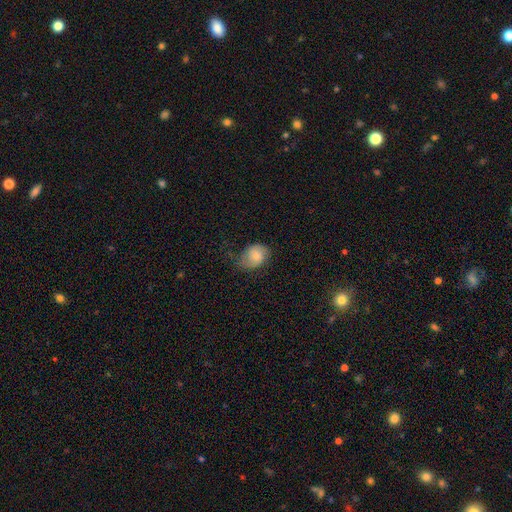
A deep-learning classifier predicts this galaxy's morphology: smooth-or-featured: smooth: 61% | featured or disk: 31% | star or artifact: 8%
  how-rounded: in between: 60% | round: 39% | cigar-shaped: 1%
  merging: none: 50% | minor disturbance: 32% | major disturbance: 16% | merger: 1%